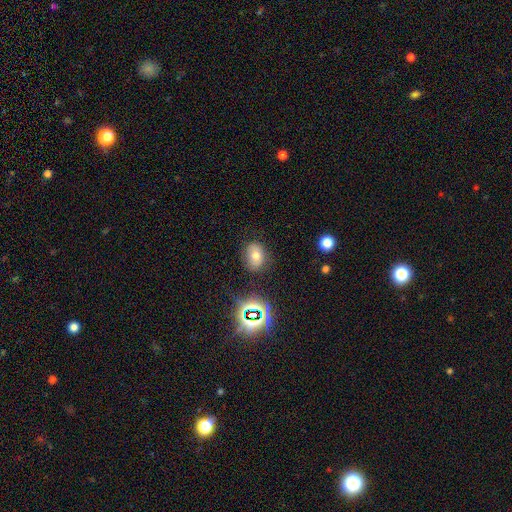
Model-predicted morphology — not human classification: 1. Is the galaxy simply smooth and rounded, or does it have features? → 64% smooth, 21% star or artifact, 15% featured or disk.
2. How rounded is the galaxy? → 63% in between, 36% round, 1% cigar-shaped.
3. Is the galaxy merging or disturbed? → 80% none, 13% minor disturbance, 4% major disturbance, 2% merger.